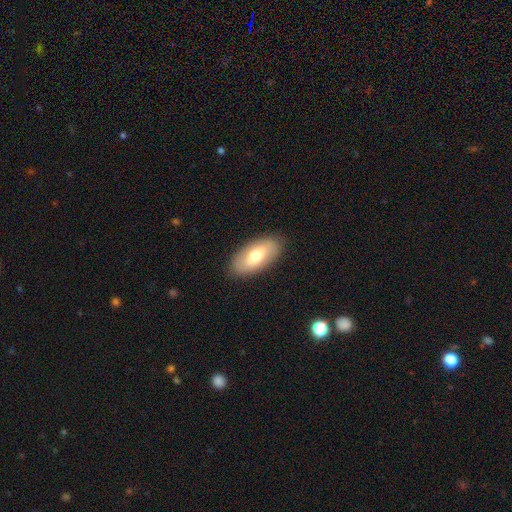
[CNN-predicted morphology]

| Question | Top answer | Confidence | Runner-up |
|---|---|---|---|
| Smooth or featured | smooth | 65% | featured or disk (29%) |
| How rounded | in between | 91% | cigar-shaped (6%) |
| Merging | none | 88% | minor disturbance (9%) |